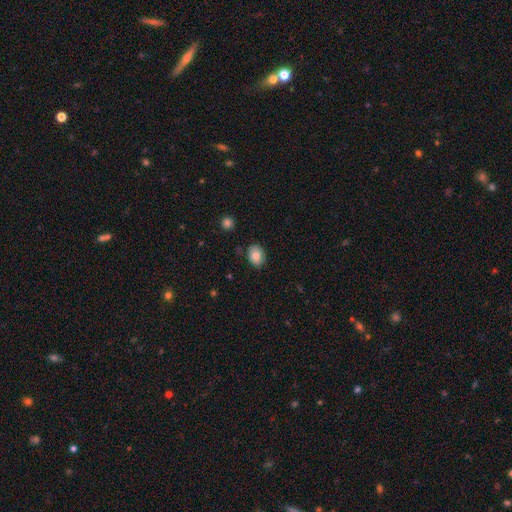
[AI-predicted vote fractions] This is clearly a smooth galaxy (82%). How rounded: likely in between (68%). Merging: clearly none (80%).